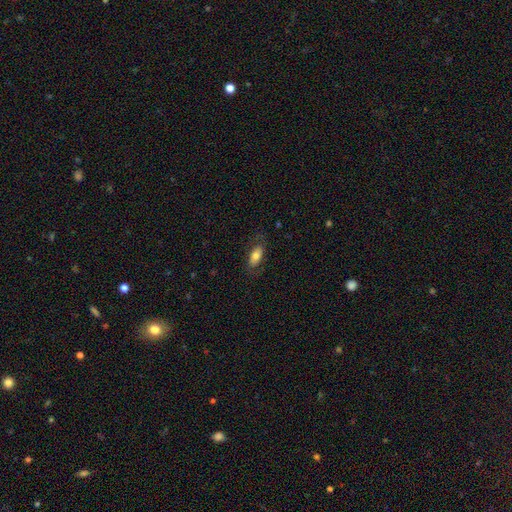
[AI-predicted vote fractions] Q: Smooth or featured?
A: smooth (72%); runner-up: featured or disk (21%)
Q: How rounded?
A: in between (88%); runner-up: cigar-shaped (9%)
Q: Merging?
A: none (77%); runner-up: minor disturbance (16%)